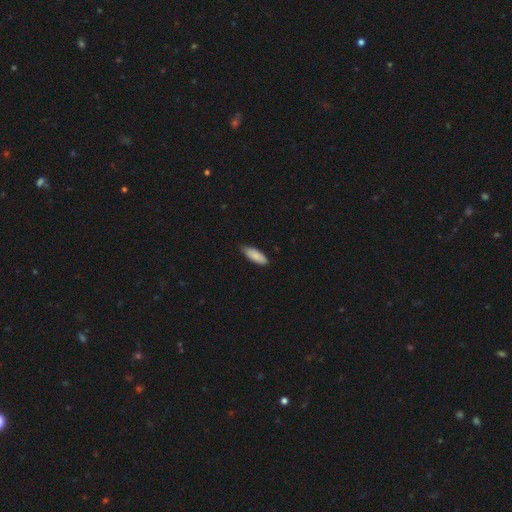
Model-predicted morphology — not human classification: Smooth or featured?
  - smooth: 85% *
  - featured or disk: 9%
  - star or artifact: 6%
How rounded?
  - in between: 69% *
  - cigar-shaped: 30%
  - round: 2%
Merging?
  - none: 81% *
  - minor disturbance: 16%
  - major disturbance: 2%
  - merger: 1%